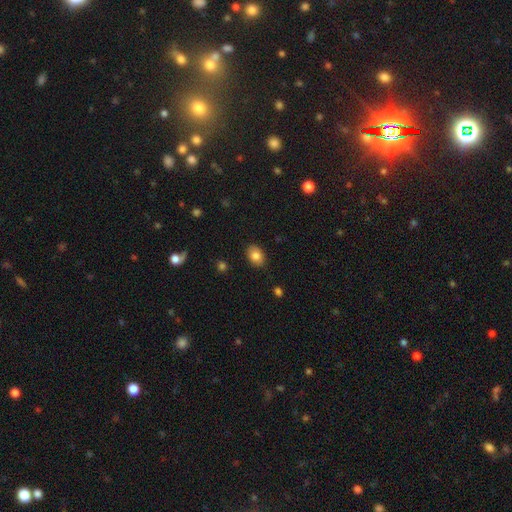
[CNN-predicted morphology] Smooth or featured? smooth (84%)
How rounded? in between (76%)
Merging? none (86%)